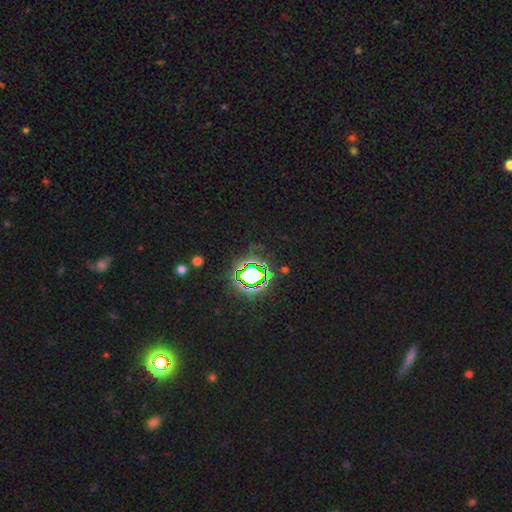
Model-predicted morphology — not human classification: A star or artifact, not a galaxy (81%).